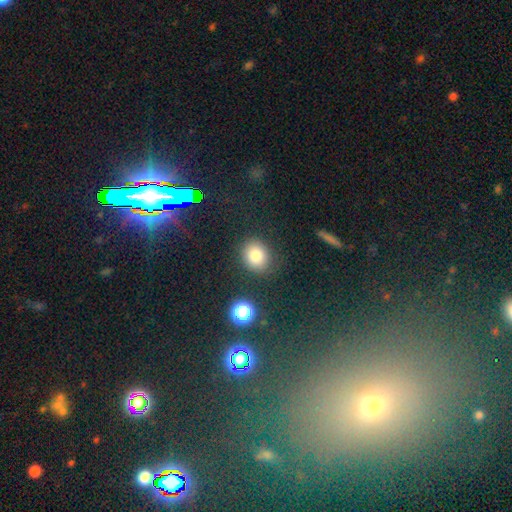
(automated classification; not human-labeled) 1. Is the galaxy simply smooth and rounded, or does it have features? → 81% smooth, 12% star or artifact, 6% featured or disk.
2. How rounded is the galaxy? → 67% round, 32% in between, 1% cigar-shaped.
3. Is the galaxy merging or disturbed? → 84% none, 10% minor disturbance, 4% major disturbance, 2% merger.